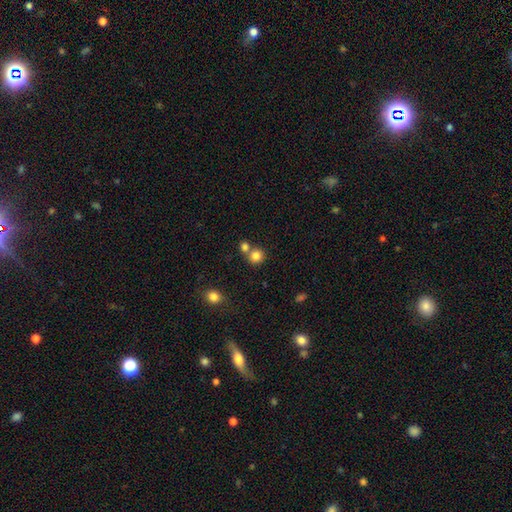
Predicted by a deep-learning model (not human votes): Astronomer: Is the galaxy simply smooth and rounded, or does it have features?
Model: smooth — 82%.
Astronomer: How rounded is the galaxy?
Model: round — 89%.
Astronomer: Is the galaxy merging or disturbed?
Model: none — 58%.